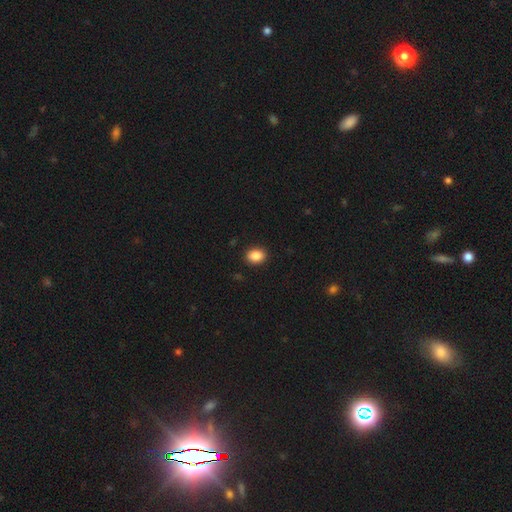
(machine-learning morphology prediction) Smooth or featured: smooth — 88% (star or artifact — 8%)
How rounded: in between — 66% (round — 33%)
Merging: none — 91% (minor disturbance — 6%)